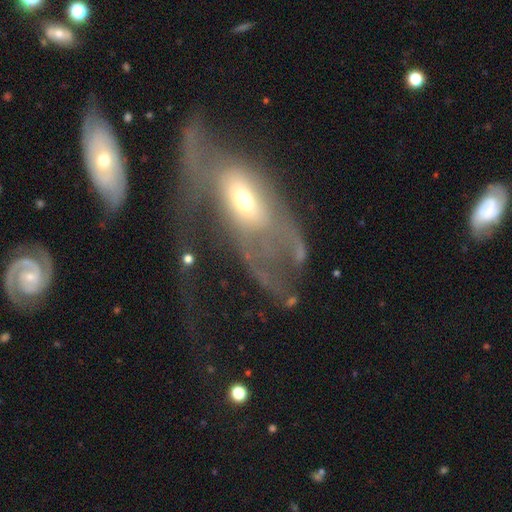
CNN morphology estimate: The model was most divided on "spiral arms": no: 58%, yes: 42%. More confident: edge-on disk — no (89%); bar — no (71%); smooth or featured — featured or disk (65%); bulge size — moderate (59%); merging — major disturbance (52%).